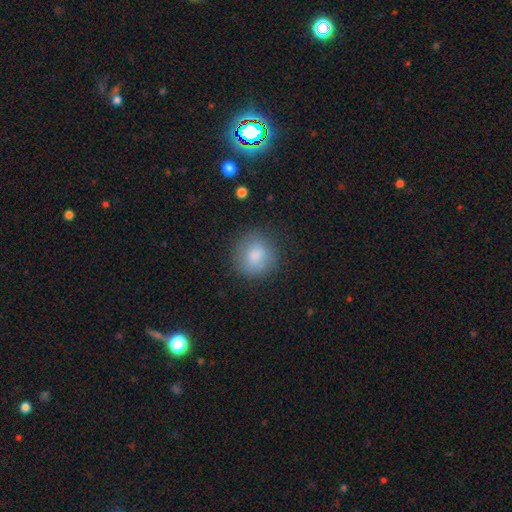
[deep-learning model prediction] smooth-or-featured: smooth: 80% | featured or disk: 12% | star or artifact: 8%
  how-rounded: round: 86% | in between: 13% | cigar-shaped: 1%
  merging: none: 72% | minor disturbance: 18% | major disturbance: 7% | merger: 3%